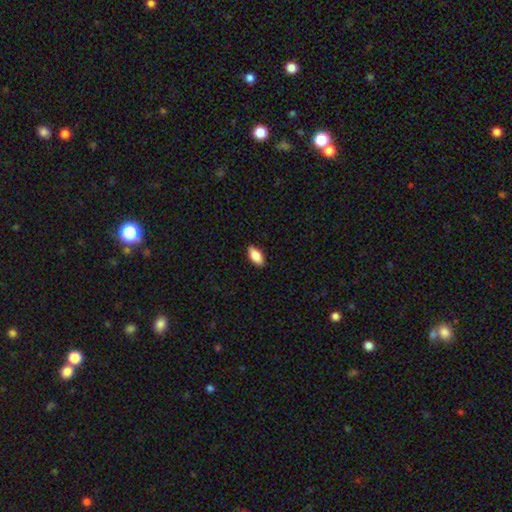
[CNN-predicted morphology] smooth 82%, featured or disk 12%, star or artifact 6%. Down the decision tree: how rounded — in between (88%); merging — none (89%).